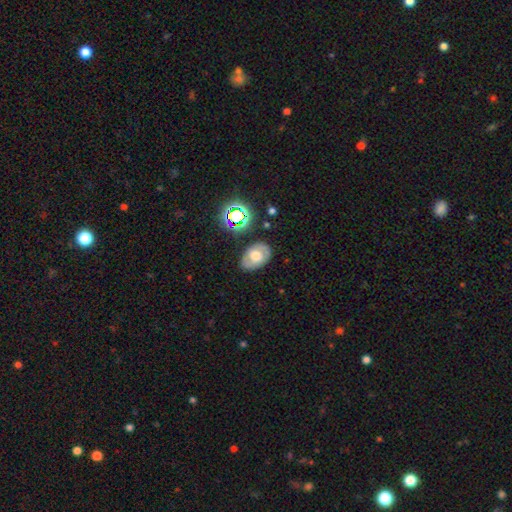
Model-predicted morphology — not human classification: This appears to be a smooth galaxy with no disk features (52%) that is in between round and cigar-shaped (83%). Merging: none (76%).